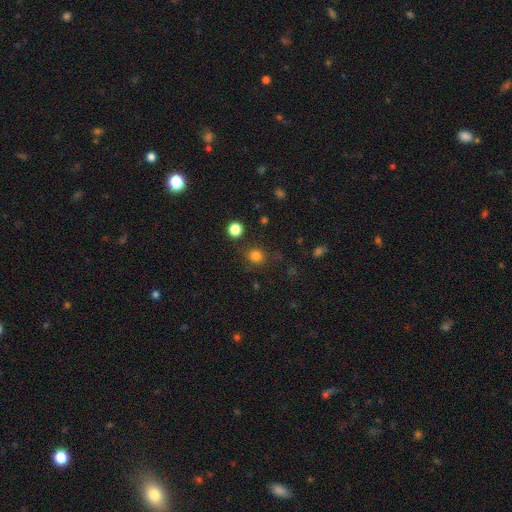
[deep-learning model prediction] smooth_or_featured: smooth (p=0.80) [alt: star or artifact p=0.15]
how_rounded: round (p=0.86) [alt: in between p=0.13]
merging: none (p=0.82) [alt: minor disturbance p=0.10]